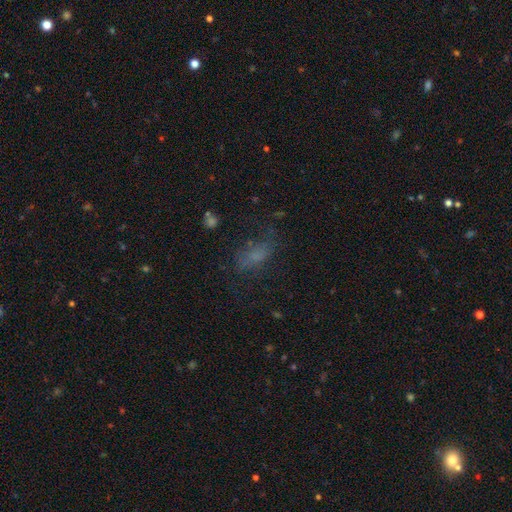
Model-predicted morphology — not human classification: Smooth or featured: smooth — 56% (star or artifact — 22%)
How rounded: in between — 77% (cigar-shaped — 15%)
Merging: none — 52% (major disturbance — 24%)